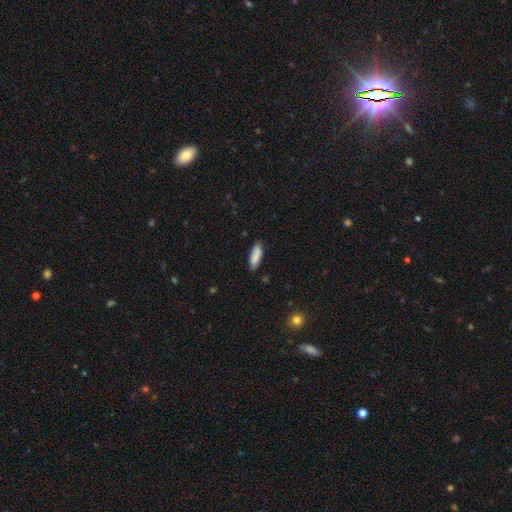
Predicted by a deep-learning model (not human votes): smooth 87%, star or artifact 6%, featured or disk 6%. Down the decision tree: how rounded — in between (56%); merging — none (81%).